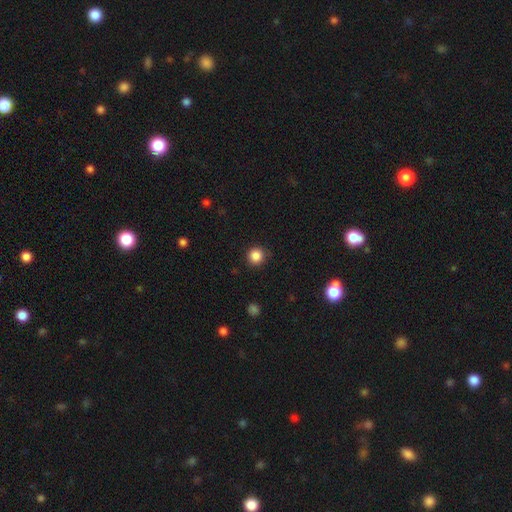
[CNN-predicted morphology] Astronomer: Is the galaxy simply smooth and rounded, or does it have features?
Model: smooth — 86%.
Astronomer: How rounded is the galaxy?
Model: round — 95%.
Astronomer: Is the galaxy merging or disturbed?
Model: none — 89%.